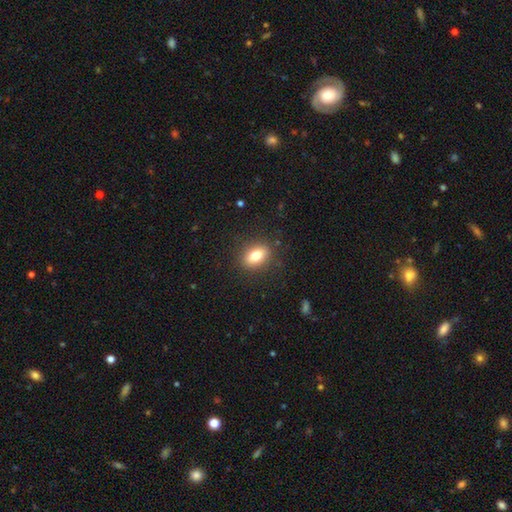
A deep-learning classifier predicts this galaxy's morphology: Smooth or featured? smooth (77%)
How rounded? in between (75%)
Merging? none (87%)